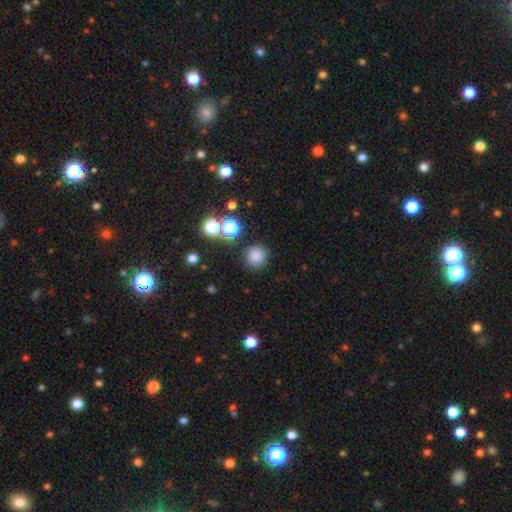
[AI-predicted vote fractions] Q: Smooth or featured?
A: smooth (80%); runner-up: star or artifact (15%)
Q: How rounded?
A: round (92%); runner-up: in between (7%)
Q: Merging?
A: none (83%); runner-up: minor disturbance (9%)